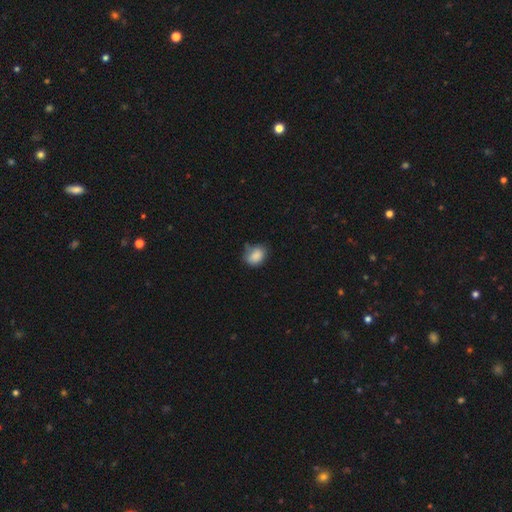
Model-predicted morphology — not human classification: Smooth or featured: smooth — 85% (star or artifact — 9%)
How rounded: in between — 69% (round — 29%)
Merging: none — 55% (minor disturbance — 32%)